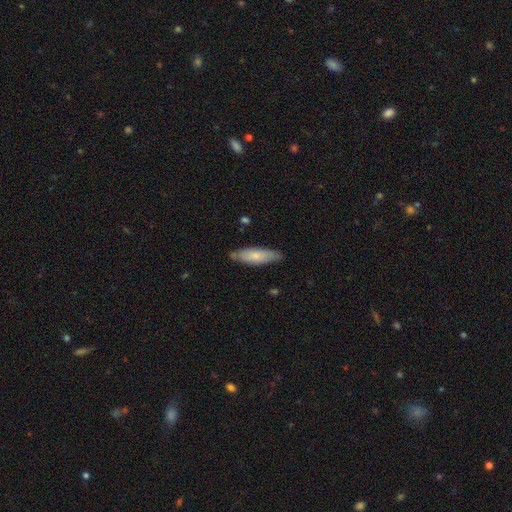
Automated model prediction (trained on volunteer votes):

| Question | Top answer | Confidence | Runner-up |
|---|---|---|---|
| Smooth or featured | smooth | 72% | featured or disk (23%) |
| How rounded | cigar-shaped | 50% | in between (48%) |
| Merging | none | 76% | minor disturbance (19%) |